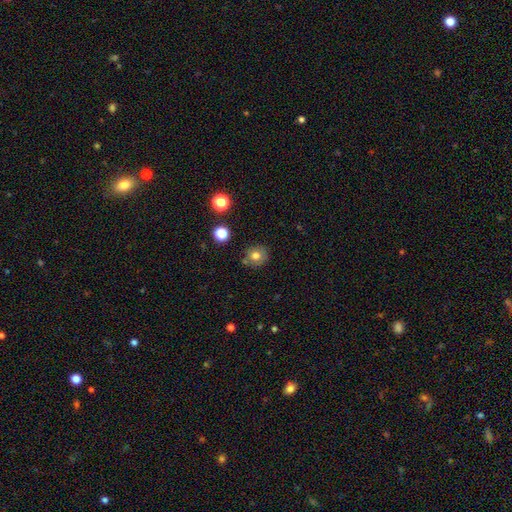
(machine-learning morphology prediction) Q: Smooth or featured?
A: smooth (74%); runner-up: featured or disk (14%)
Q: How rounded?
A: round (86%); runner-up: in between (13%)
Q: Merging?
A: none (80%); runner-up: minor disturbance (12%)